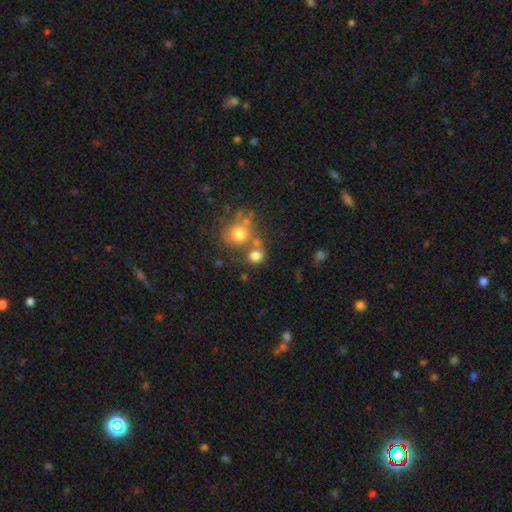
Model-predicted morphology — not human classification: The model was most divided on "merging": none: 49%, merger: 34%, minor disturbance: 10%, major disturbance: 6%. More confident: smooth or featured — smooth (76%); how rounded — round (75%).